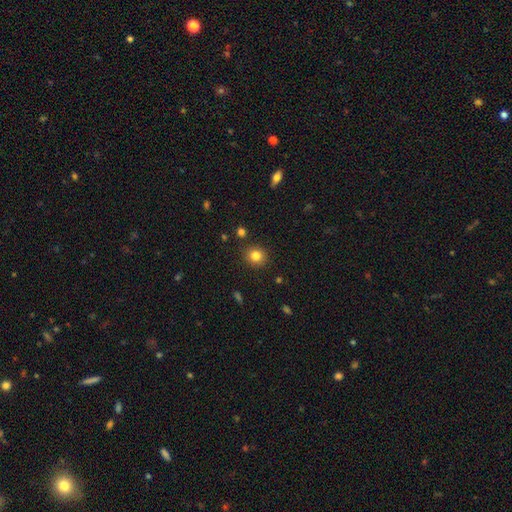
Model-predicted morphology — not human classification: Smooth or featured: smooth — 82% (star or artifact — 12%)
How rounded: round — 84% (in between — 15%)
Merging: none — 88% (minor disturbance — 7%)